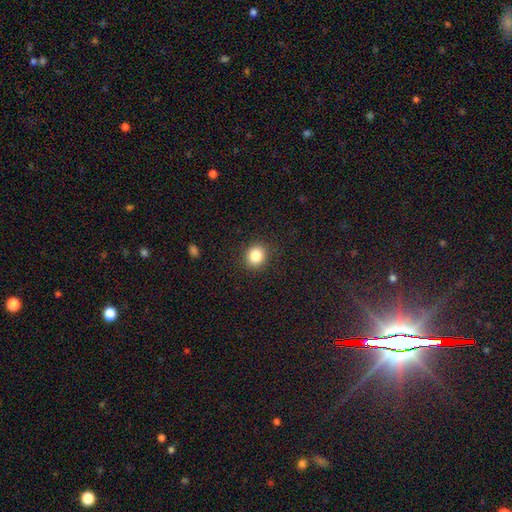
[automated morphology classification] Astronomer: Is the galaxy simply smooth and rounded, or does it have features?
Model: smooth — 84%.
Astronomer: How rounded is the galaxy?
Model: round — 78%.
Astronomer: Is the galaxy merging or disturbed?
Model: none — 88%.